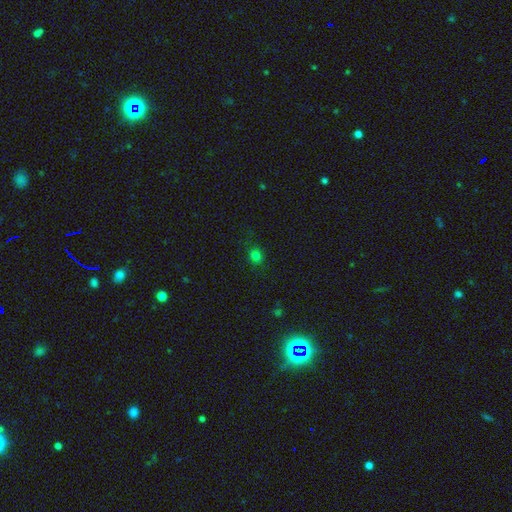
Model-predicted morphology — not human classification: smooth 78%, star or artifact 18%, featured or disk 4%. Down the decision tree: how rounded — round (74%); merging — none (85%).